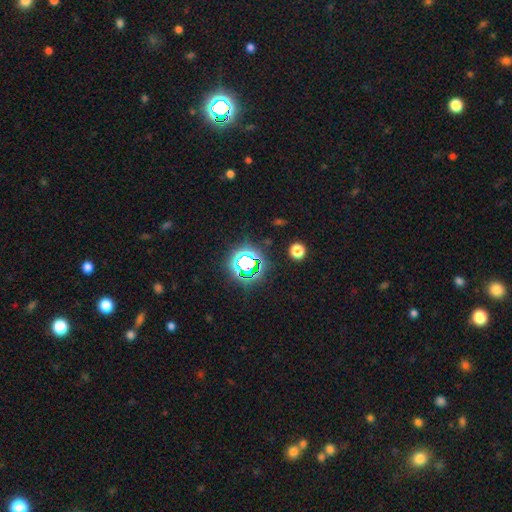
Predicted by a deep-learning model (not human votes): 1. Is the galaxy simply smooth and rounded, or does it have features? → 77% star or artifact, 17% smooth, 7% featured or disk.